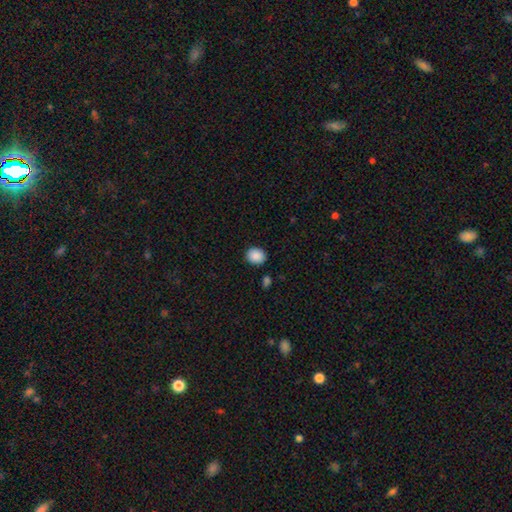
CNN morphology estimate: Smooth or featured?
  - smooth: 89% *
  - star or artifact: 8%
  - featured or disk: 3%
How rounded?
  - round: 64% *
  - in between: 36%
  - cigar-shaped: 1%
Merging?
  - none: 87% *
  - minor disturbance: 8%
  - merger: 2%
  - major disturbance: 2%